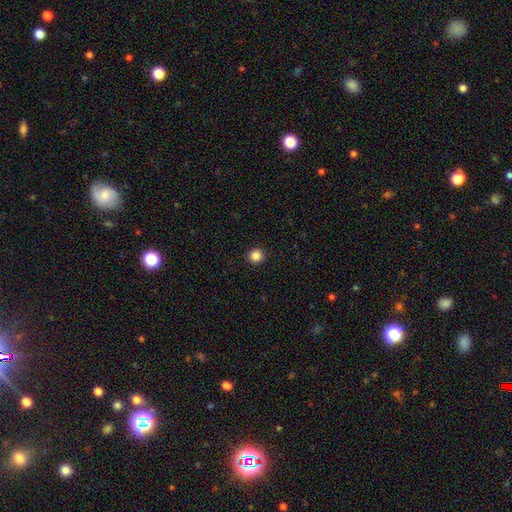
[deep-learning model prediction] smooth_or_featured: smooth (p=0.86) [alt: star or artifact p=0.11]
how_rounded: round (p=0.94) [alt: in between p=0.05]
merging: none (p=0.93) [alt: minor disturbance p=0.04]